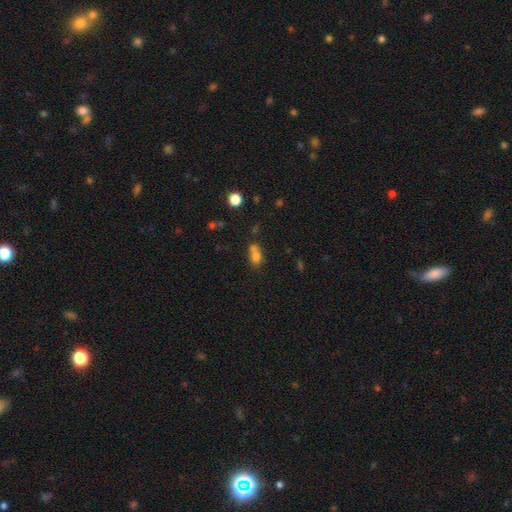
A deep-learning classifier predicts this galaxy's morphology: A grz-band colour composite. It shows a smooth galaxy with no disk features (72%) that is in between round and cigar-shaped (58%). Merging: merger (50%).